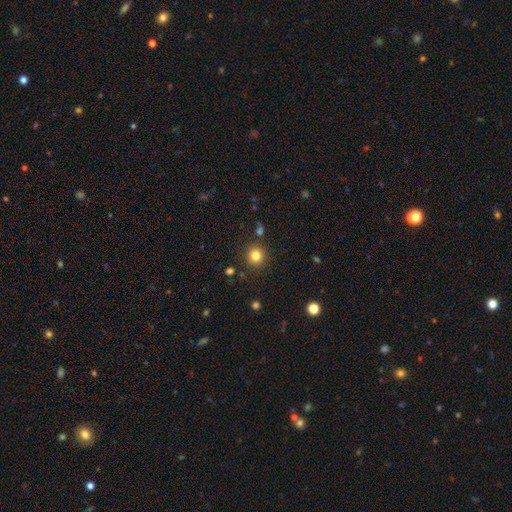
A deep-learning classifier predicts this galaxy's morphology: Q: Smooth or featured?
A: smooth (81%); runner-up: star or artifact (13%)
Q: How rounded?
A: round (91%); runner-up: in between (9%)
Q: Merging?
A: none (87%); runner-up: minor disturbance (7%)